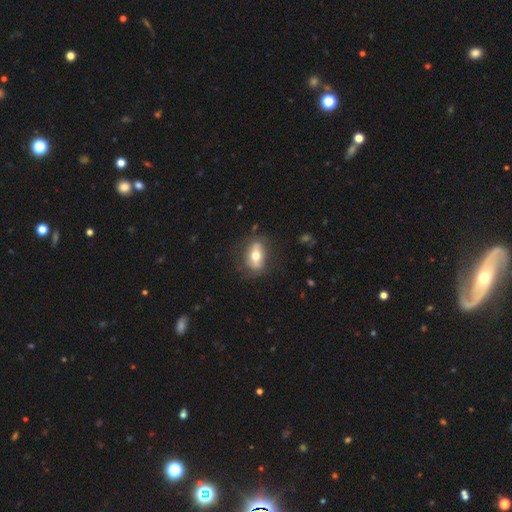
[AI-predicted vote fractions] smooth-or-featured: smooth: 58% | featured or disk: 35% | star or artifact: 7%
  how-rounded: in between: 81% | round: 14% | cigar-shaped: 5%
  merging: none: 76% | minor disturbance: 17% | major disturbance: 6% | merger: 1%